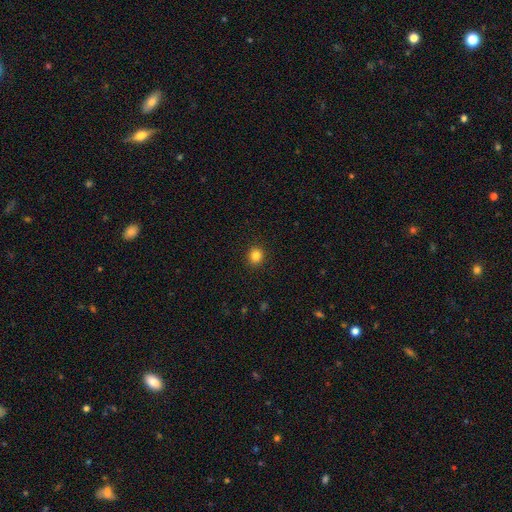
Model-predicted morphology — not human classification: smooth_or_featured: smooth (p=0.84) [alt: star or artifact p=0.12]
how_rounded: round (p=0.87) [alt: in between p=0.13]
merging: none (p=0.92) [alt: minor disturbance p=0.05]